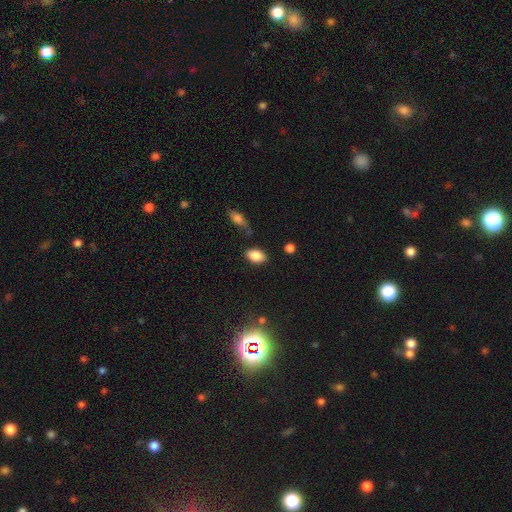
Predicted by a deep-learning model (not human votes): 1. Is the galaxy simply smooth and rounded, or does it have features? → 85% smooth, 8% star or artifact, 6% featured or disk.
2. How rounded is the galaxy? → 89% in between, 10% round, 2% cigar-shaped.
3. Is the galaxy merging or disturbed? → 78% none, 14% minor disturbance, 4% major disturbance, 4% merger.